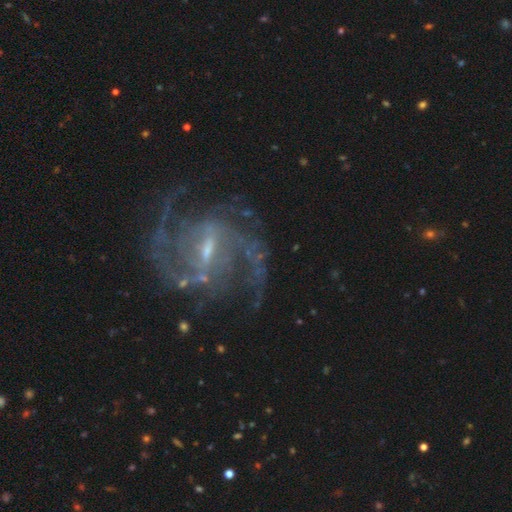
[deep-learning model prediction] The model was most divided on "bar": weak: 50%, strong: 39%, no: 10%. More confident: spiral arms — yes (98%); edge-on disk — no (98%); smooth or featured — featured or disk (91%); merging — none (72%); bulge size — small (60%); spiral arm count — 2 (57%); spiral winding — medium (55%).